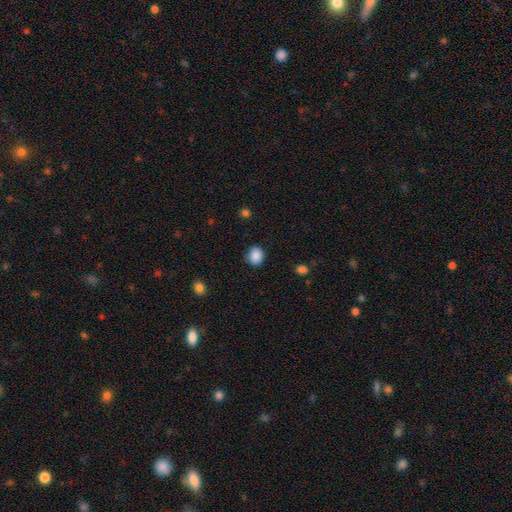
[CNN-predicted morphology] A smooth galaxy with no disk features (89%) that is round (64%). Merging: none (86%).